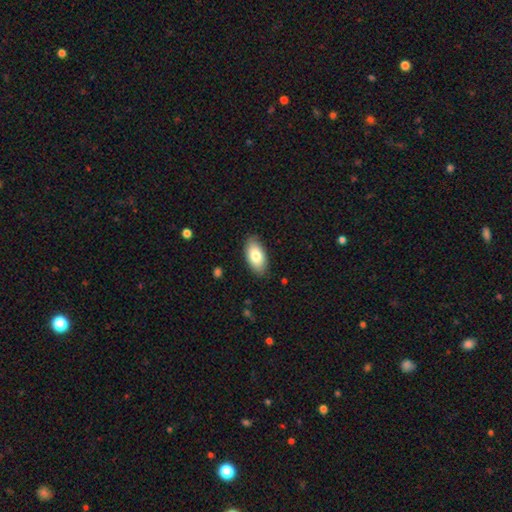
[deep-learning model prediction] This appears to be a smooth galaxy with no disk features (80%) that is in between round and cigar-shaped (94%). Merging: none (86%).